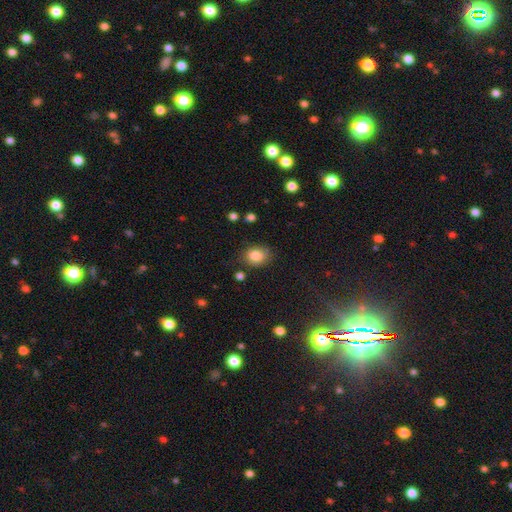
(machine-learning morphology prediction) Overall: smooth (84%). How rounded: in between (52%; round 47%). Merging: none (75%).